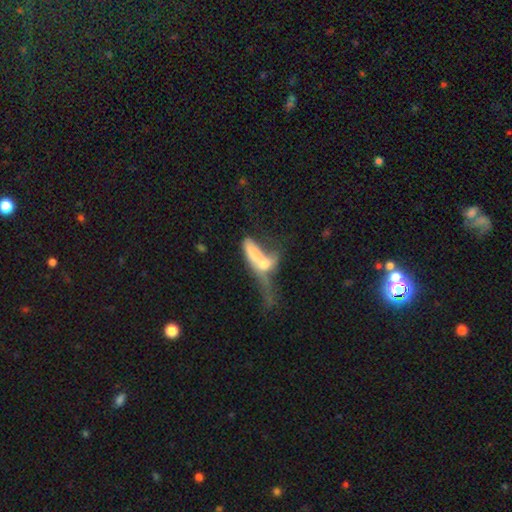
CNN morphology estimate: Smooth or featured?
  - smooth: 51% *
  - featured or disk: 39%
  - star or artifact: 10%
How rounded?
  - in between: 54% *
  - cigar-shaped: 39%
  - round: 7%
Merging?
  - merger: 61% *
  - major disturbance: 21%
  - none: 10%
  - minor disturbance: 8%